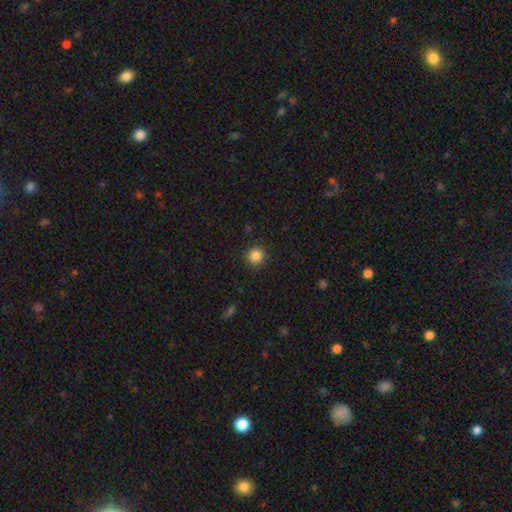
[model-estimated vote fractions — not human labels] smooth_or_featured: smooth (p=0.85) [alt: star or artifact p=0.11]
how_rounded: round (p=0.94) [alt: in between p=0.05]
merging: none (p=0.91) [alt: minor disturbance p=0.06]